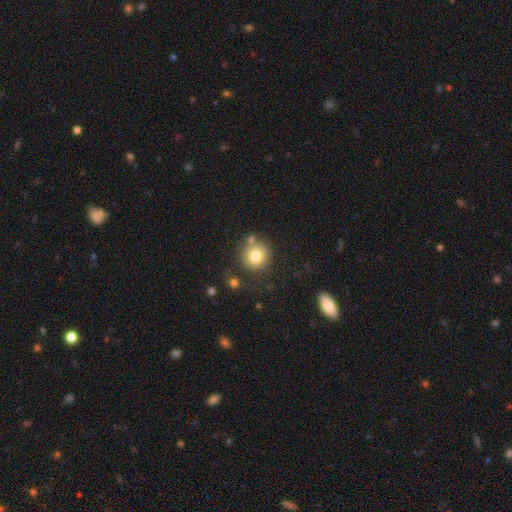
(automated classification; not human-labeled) A smooth galaxy with no disk features (80%) that is round (92%).

Vote fractions:
- Smooth or featured? smooth: 80% / star or artifact: 10% / featured or disk: 10%
- How rounded? round: 92% / in between: 7% / cigar-shaped: 1%
- Merging? none: 76% / minor disturbance: 11% / merger: 9% / major disturbance: 4%